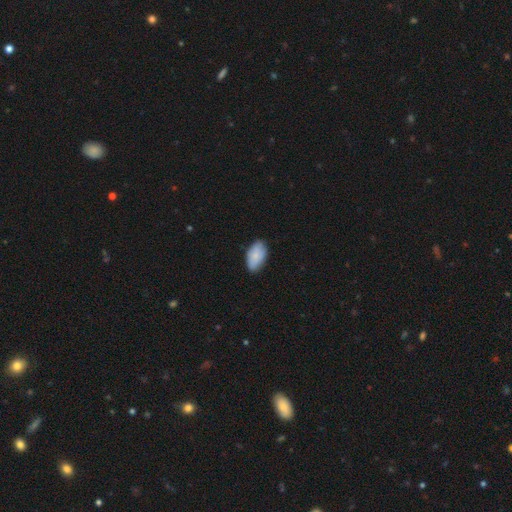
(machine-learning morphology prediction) This appears to be a smooth galaxy with no disk features (82%) that is in between round and cigar-shaped (94%). Merging: none (79%).